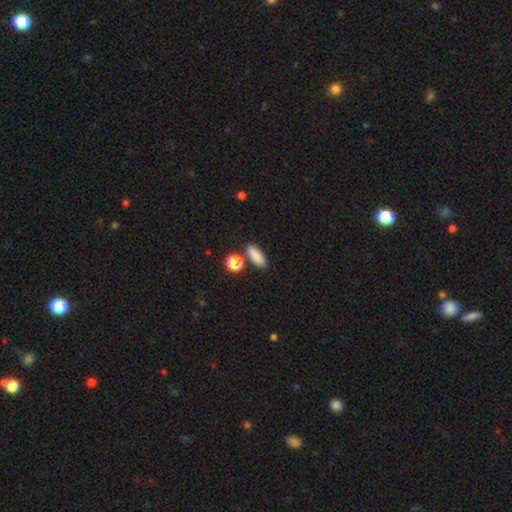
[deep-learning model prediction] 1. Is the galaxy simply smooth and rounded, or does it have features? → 86% smooth, 9% star or artifact, 5% featured or disk.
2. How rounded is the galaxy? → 68% in between, 23% cigar-shaped, 9% round.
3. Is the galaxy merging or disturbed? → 79% none, 9% minor disturbance, 9% merger, 3% major disturbance.